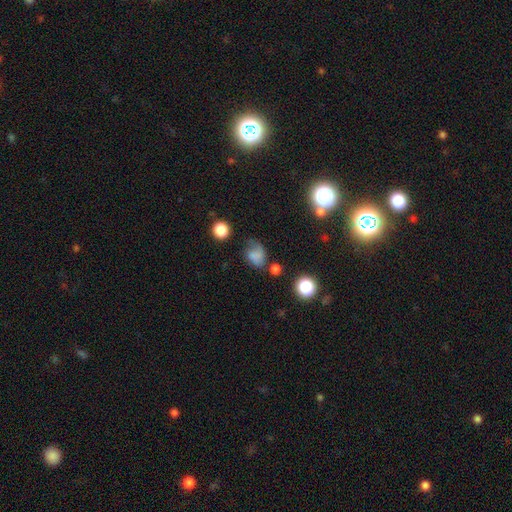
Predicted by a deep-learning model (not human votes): Smooth or featured?
  - smooth: 67% *
  - featured or disk: 17%
  - star or artifact: 15%
How rounded?
  - in between: 58% *
  - round: 41%
  - cigar-shaped: 1%
Merging?
  - none: 38% *
  - minor disturbance: 31%
  - major disturbance: 24%
  - merger: 7%